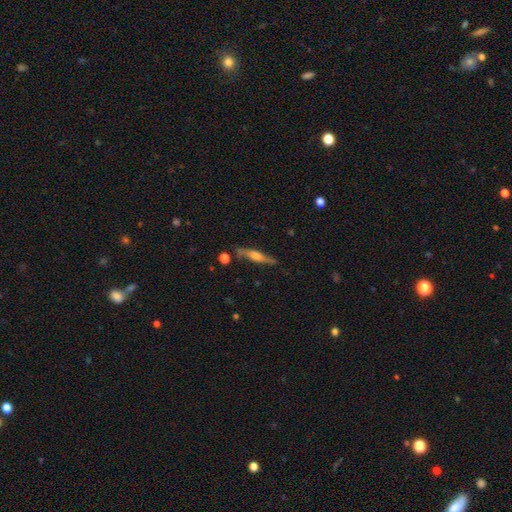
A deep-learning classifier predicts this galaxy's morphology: Smooth or featured: featured or disk — 58% (smooth — 35%)
Edge-on disk: yes — 88% (no — 12%)
Edge-on bulge: rounded — 68% (boxy — 21%)
Merging: none — 76% (minor disturbance — 16%)